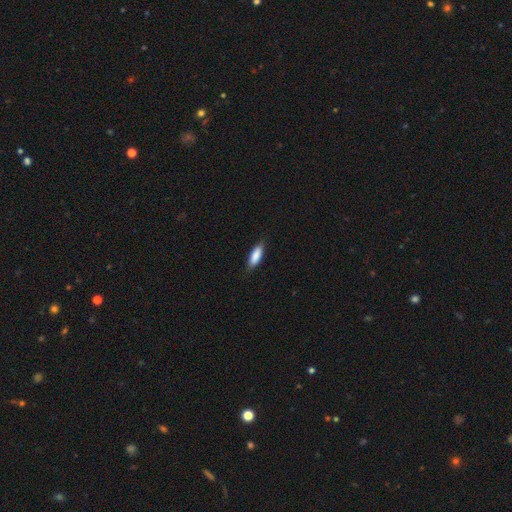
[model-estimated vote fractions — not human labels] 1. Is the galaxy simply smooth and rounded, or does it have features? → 86% smooth, 8% featured or disk, 6% star or artifact.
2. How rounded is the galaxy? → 59% in between, 39% cigar-shaped, 2% round.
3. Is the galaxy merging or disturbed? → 83% none, 14% minor disturbance, 2% major disturbance, 1% merger.